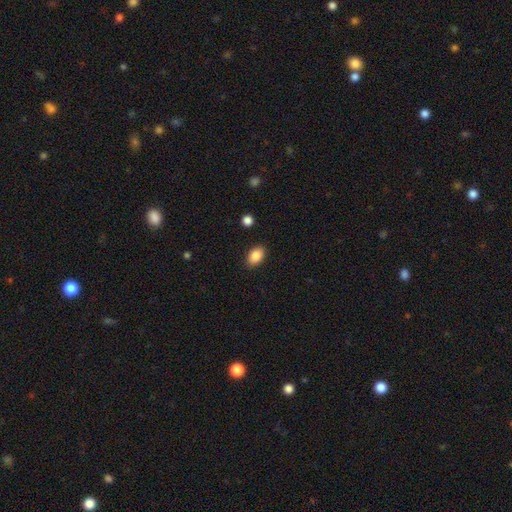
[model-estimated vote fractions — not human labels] Q: Smooth or featured?
A: smooth (87%); runner-up: star or artifact (8%)
Q: How rounded?
A: in between (85%); runner-up: round (13%)
Q: Merging?
A: none (88%); runner-up: minor disturbance (9%)